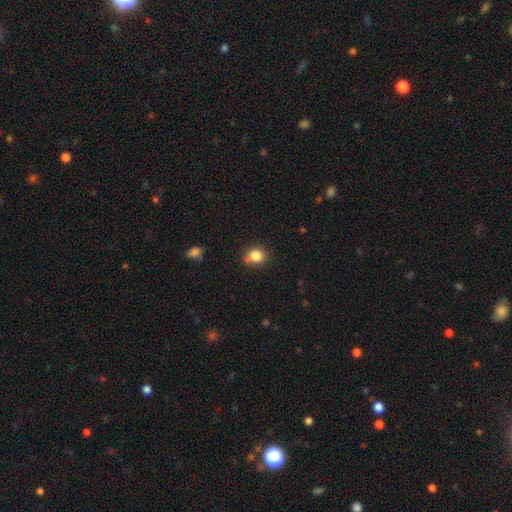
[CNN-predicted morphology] Smooth or featured? smooth (83%)
How rounded? round (77%)
Merging? none (71%)